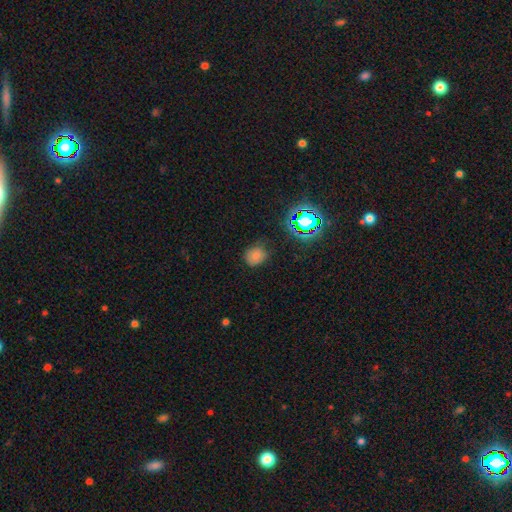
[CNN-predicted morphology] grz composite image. It shows a smooth galaxy with no disk features (72%) that is round (66%). Merging: none (73%).